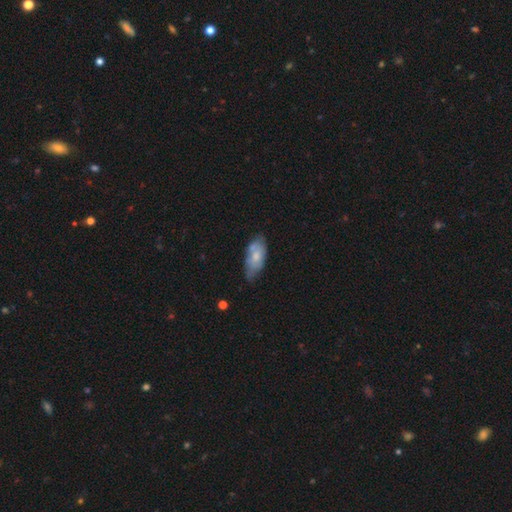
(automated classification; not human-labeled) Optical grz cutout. It shows a smooth galaxy with no disk features (61%) that is in between round and cigar-shaped (88%). Merging: none (51%).